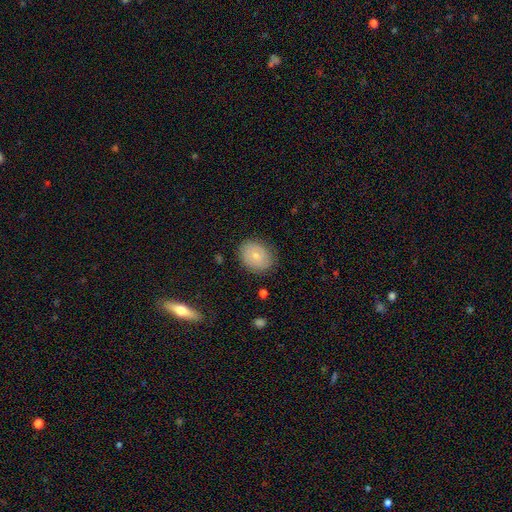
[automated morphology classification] type=smooth (59%); roundness=round (53%); merging=none (82%).